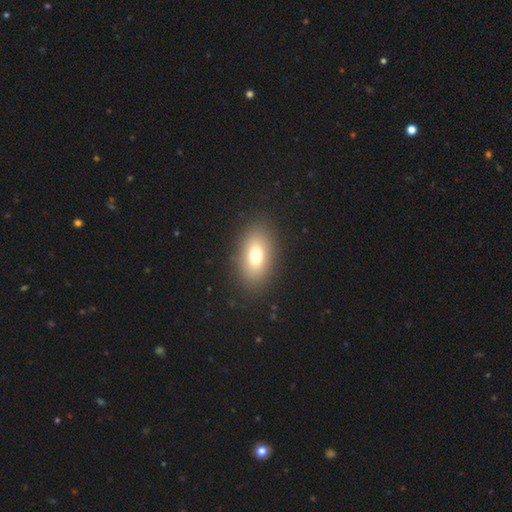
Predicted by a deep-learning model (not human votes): Smooth or featured?
  - smooth: 74% *
  - featured or disk: 15%
  - star or artifact: 11%
How rounded?
  - in between: 87% *
  - round: 10%
  - cigar-shaped: 3%
Merging?
  - none: 87% *
  - minor disturbance: 8%
  - major disturbance: 3%
  - merger: 1%